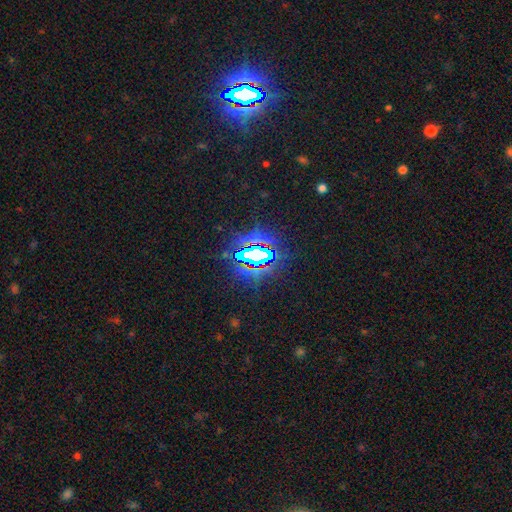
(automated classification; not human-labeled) Smooth or featured? star or artifact (77%)